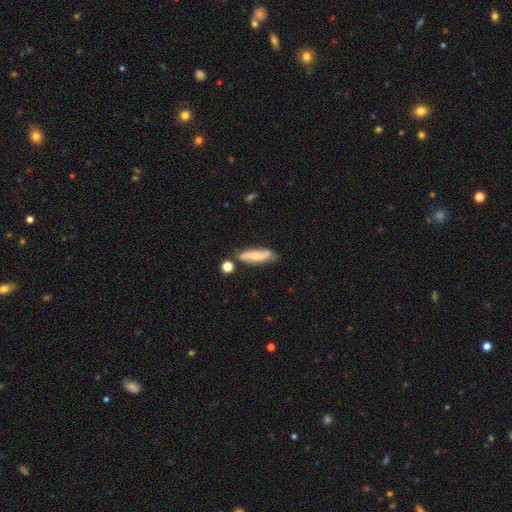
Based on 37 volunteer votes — Morphology: type=featured or disk (54%); edge-on=no (75%); bar=no (67%); spiral arms=yes (80%); winding=loose (58%); arm count=2 (100%); bulge=small (73%); merging=none (65%).